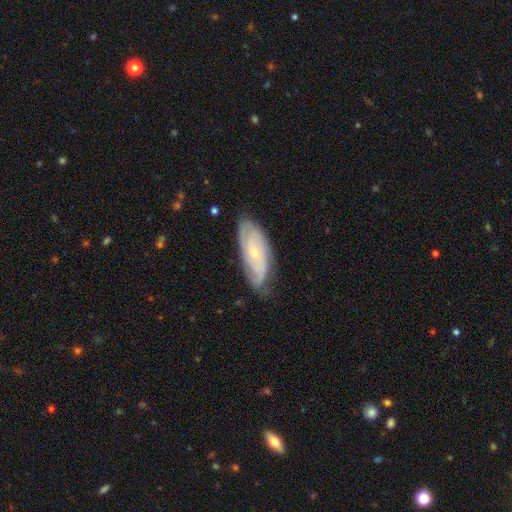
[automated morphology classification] smooth-or-featured: featured or disk: 65% | smooth: 27% | star or artifact: 8%
  disk-edge-on: no: 86% | yes: 14%
    bar: no: 73% | weak: 22% | strong: 5%
    has-spiral-arms: yes: 86% | no: 14%
    bulge-size: small: 70% | moderate: 25% | none: 3% | large: 1% | dominant: 1%
  merging: none: 74% | minor disturbance: 20% | major disturbance: 4% | merger: 1%